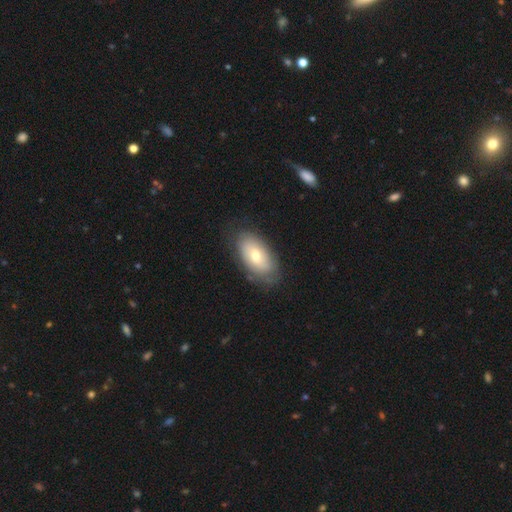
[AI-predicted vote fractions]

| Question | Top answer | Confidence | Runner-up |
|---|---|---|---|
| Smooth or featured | smooth | 57% | featured or disk (35%) |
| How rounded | in between | 92% | round (5%) |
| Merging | none | 78% | minor disturbance (16%) |